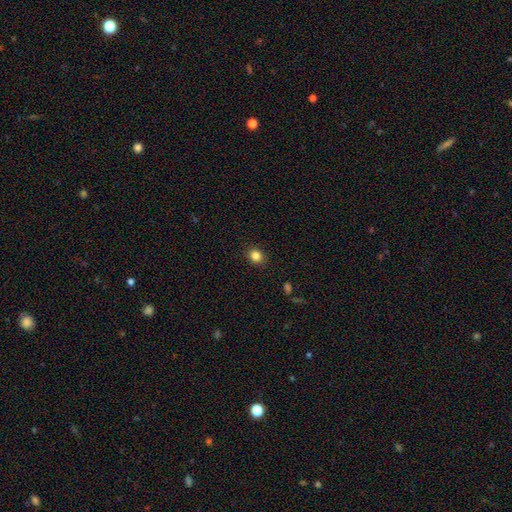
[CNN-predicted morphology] smooth_or_featured: smooth (p=0.84) [alt: star or artifact p=0.11]
how_rounded: round (p=0.72) [alt: in between p=0.28]
merging: none (p=0.90) [alt: minor disturbance p=0.07]